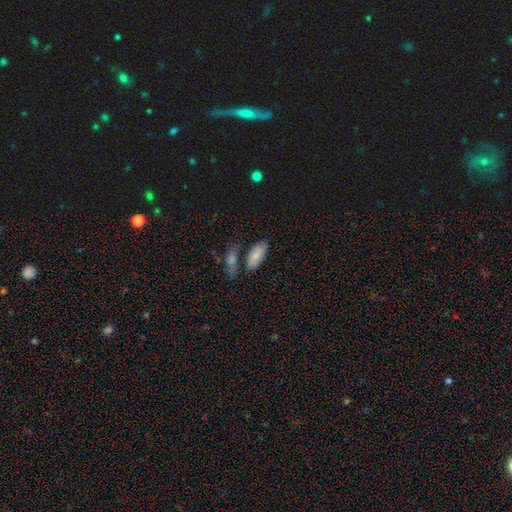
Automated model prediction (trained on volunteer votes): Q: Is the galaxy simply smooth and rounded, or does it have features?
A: smooth — 77%.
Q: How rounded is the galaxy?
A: in between — 87%.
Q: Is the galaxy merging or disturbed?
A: none — 57%.